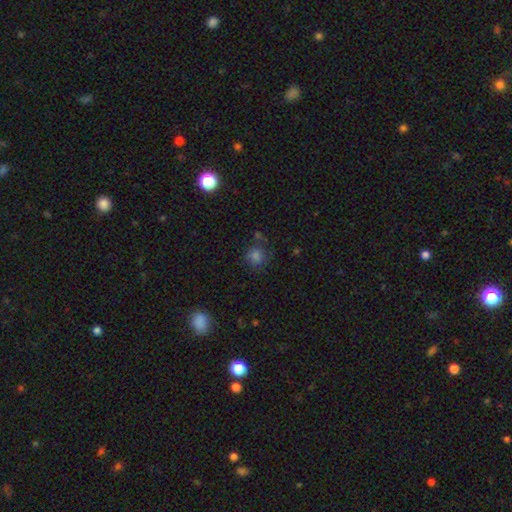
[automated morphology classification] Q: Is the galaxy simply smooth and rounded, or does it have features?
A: smooth — 74%.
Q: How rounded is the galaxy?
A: round — 84%.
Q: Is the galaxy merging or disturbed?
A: none — 71%.